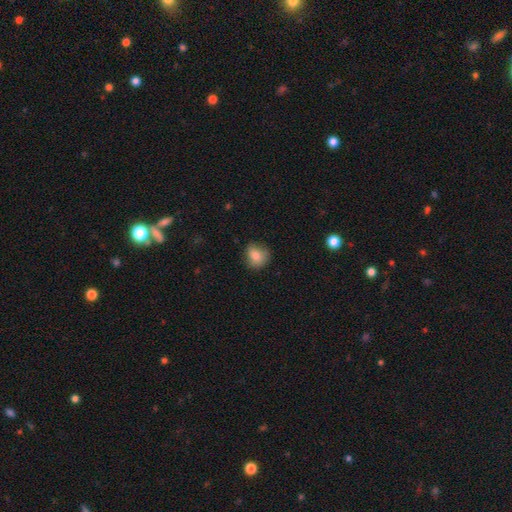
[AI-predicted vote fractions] Q: Smooth or featured?
A: smooth (80%); runner-up: featured or disk (11%)
Q: How rounded?
A: round (74%); runner-up: in between (25%)
Q: Merging?
A: none (72%); runner-up: minor disturbance (22%)